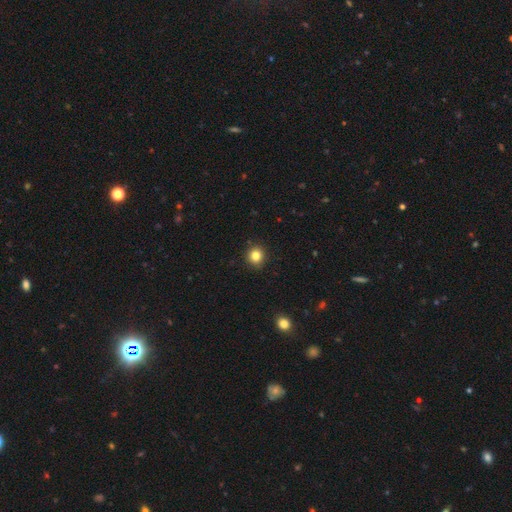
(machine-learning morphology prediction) Q: Smooth or featured?
A: smooth (83%); runner-up: star or artifact (11%)
Q: How rounded?
A: round (89%); runner-up: in between (10%)
Q: Merging?
A: none (92%); runner-up: minor disturbance (6%)